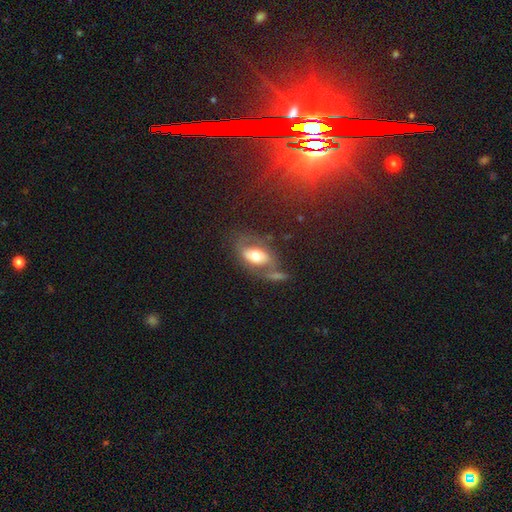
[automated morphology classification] This appears to be a smooth galaxy with no disk features (46%). Merging: none (47%).